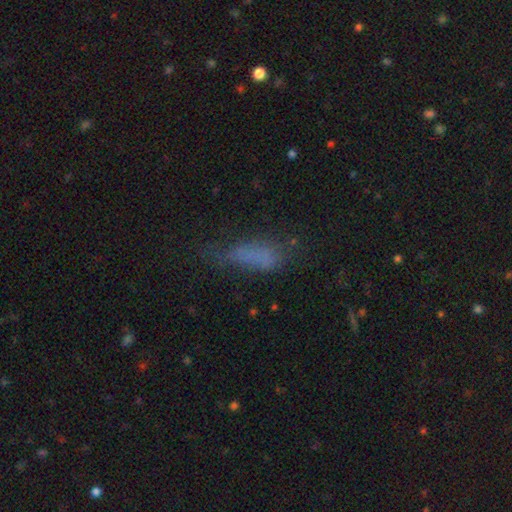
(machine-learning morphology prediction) Overall: smooth (63%). How rounded: in between (49%; cigar-shaped 48%). Merging: none (44%; minor disturbance 29%).